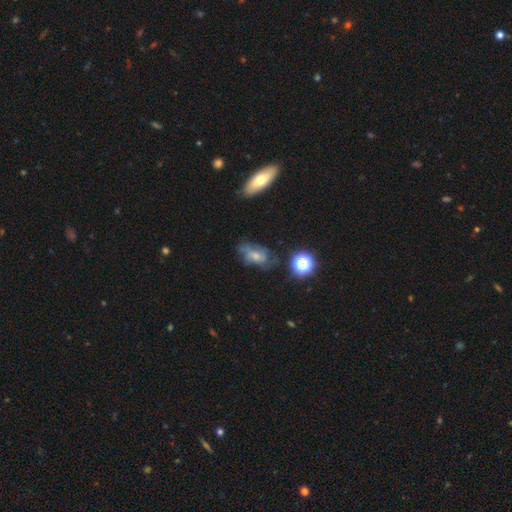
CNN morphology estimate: This appears to be a smooth galaxy with no disk features (45%). Merging: none (42%).